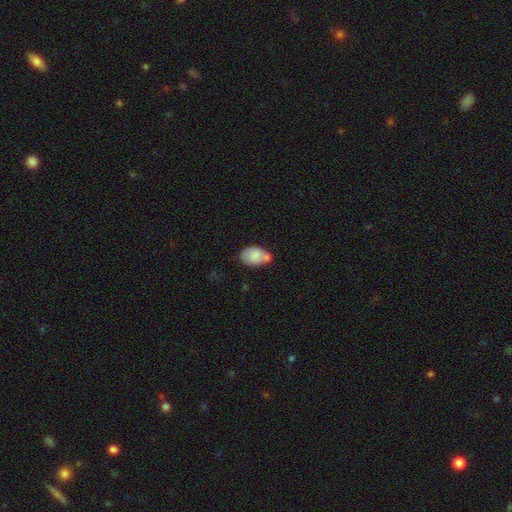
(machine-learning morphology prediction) smooth 77%, featured or disk 16%, star or artifact 7%. Down the decision tree: how rounded — in between (86%); merging — none (37%).